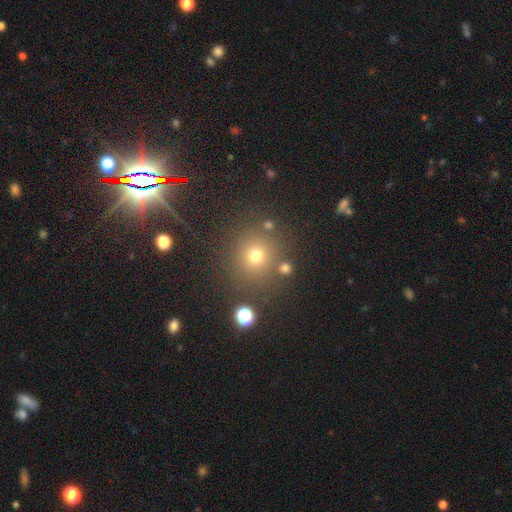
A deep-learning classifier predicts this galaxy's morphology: This appears to be a smooth galaxy with no disk features (70%) that is round (92%). Merging: none (83%).